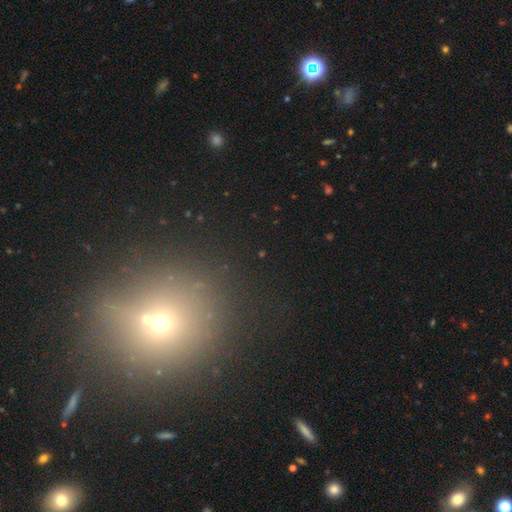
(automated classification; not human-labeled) The model was most divided on "smooth or featured": star or artifact: 45%, smooth: 43%, featured or disk: 12%.